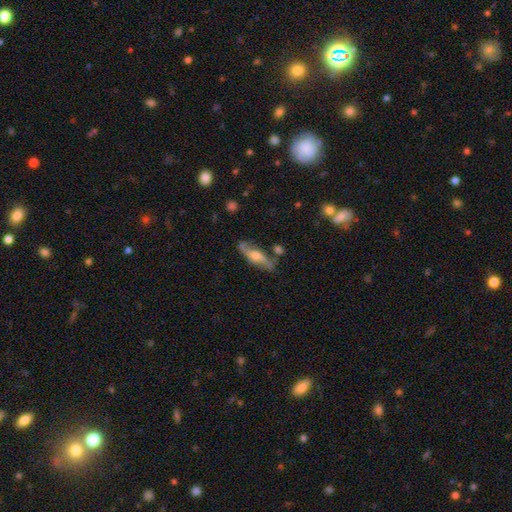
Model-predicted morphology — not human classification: smooth_or_featured: featured or disk (p=0.61) [alt: smooth p=0.32]
disk_edge_on: no (p=0.56) [alt: yes p=0.44]
merging: none (p=0.70) [alt: minor disturbance p=0.19]